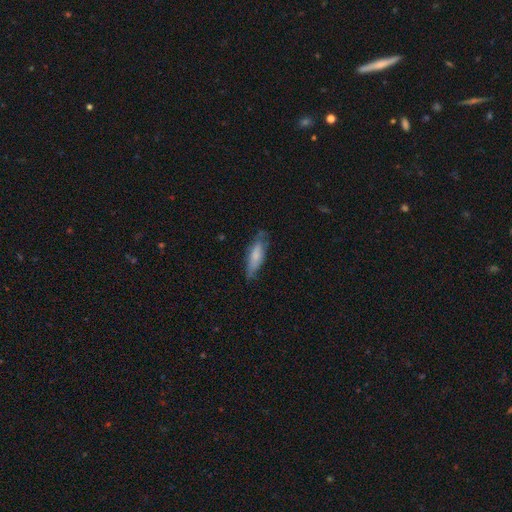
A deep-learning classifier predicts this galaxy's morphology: type=smooth (69%); roundness=cigar-shaped (54%); merging=none (70%).